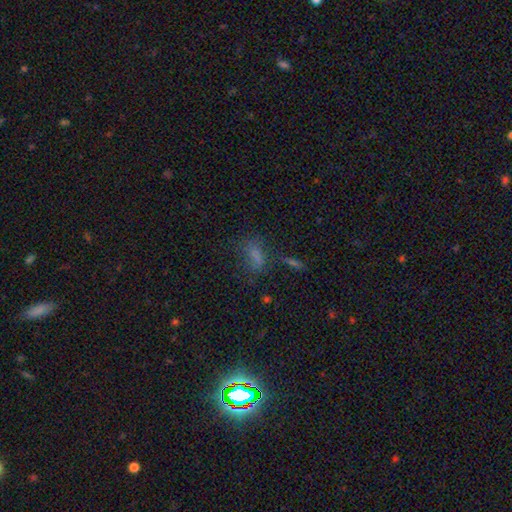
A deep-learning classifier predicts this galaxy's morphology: A smooth galaxy with no disk features (65%) that is in between round and cigar-shaped (70%).

Vote fractions:
- Smooth or featured? smooth: 65% / star or artifact: 22% / featured or disk: 13%
- How rounded? in between: 70% / cigar-shaped: 20% / round: 10%
- Merging? none: 55% / minor disturbance: 21% / major disturbance: 16% / merger: 8%